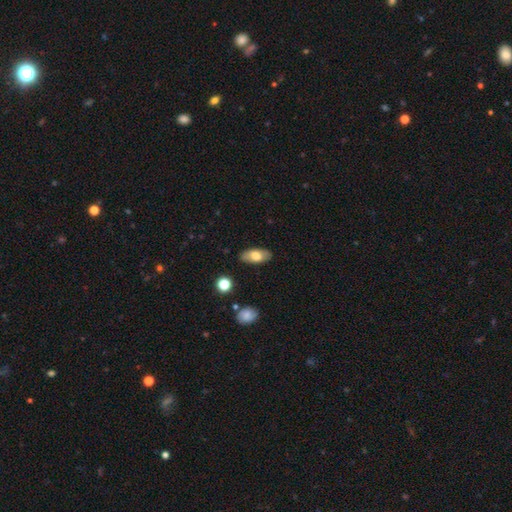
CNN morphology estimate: A smooth galaxy with no disk features (71%) that is in between round and cigar-shaped (89%).

Vote fractions:
- Smooth or featured? smooth: 71% / featured or disk: 22% / star or artifact: 7%
- How rounded? in between: 89% / cigar-shaped: 8% / round: 3%
- Merging? none: 85% / minor disturbance: 11% / major disturbance: 2% / merger: 1%